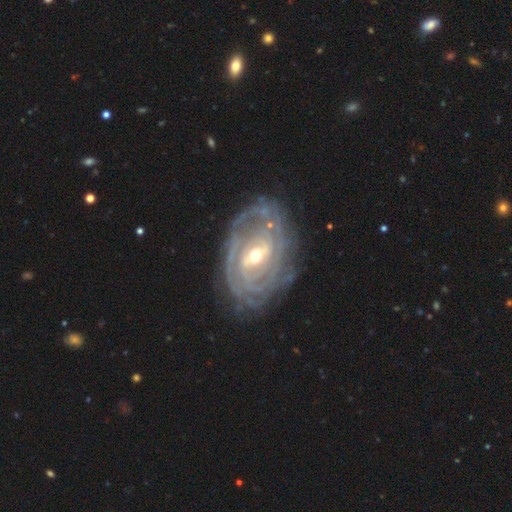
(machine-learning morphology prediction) type=featured or disk (91%); edge-on=no (96%); bar=weak (43%); spiral arms=yes (96%); winding=tight (78%); arm count=can't tell (30%); bulge=moderate (50%); merging=none (74%).